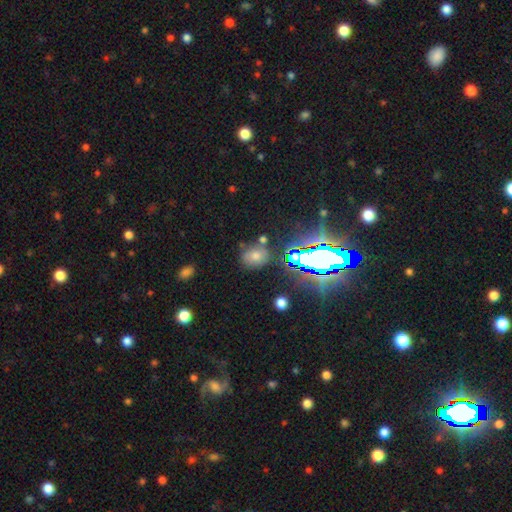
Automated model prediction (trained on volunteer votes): This appears to be a smooth galaxy with no disk features (52%) that is round (52%). Merging: none (75%).